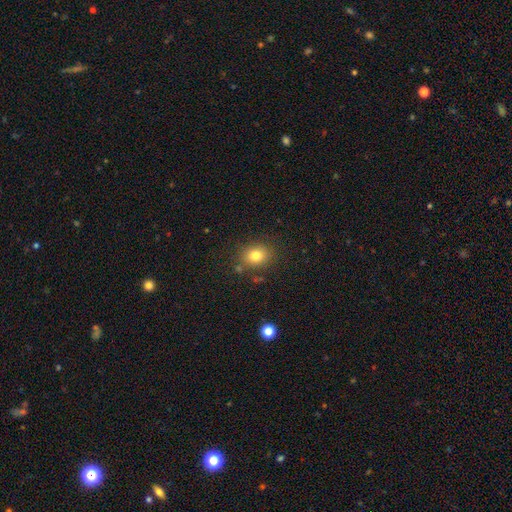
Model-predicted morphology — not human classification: A smooth galaxy with no disk features (80%) that is round (57%).

Vote fractions:
- Smooth or featured? smooth: 80% / star or artifact: 12% / featured or disk: 8%
- How rounded? round: 57% / in between: 42% / cigar-shaped: 1%
- Merging? none: 81% / minor disturbance: 12% / merger: 4% / major disturbance: 4%